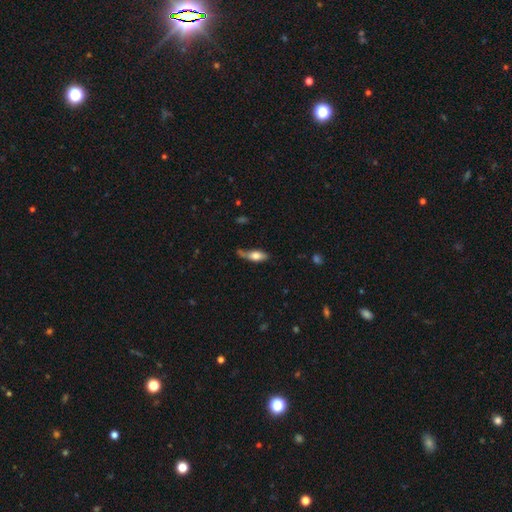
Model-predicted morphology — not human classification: A smooth galaxy with no disk features (70%) that is in between round and cigar-shaped (69%).

Vote fractions:
- Smooth or featured? smooth: 70% / featured or disk: 23% / star or artifact: 7%
- How rounded? in between: 69% / cigar-shaped: 28% / round: 3%
- Merging? none: 52% / minor disturbance: 28% / merger: 10% / major disturbance: 9%